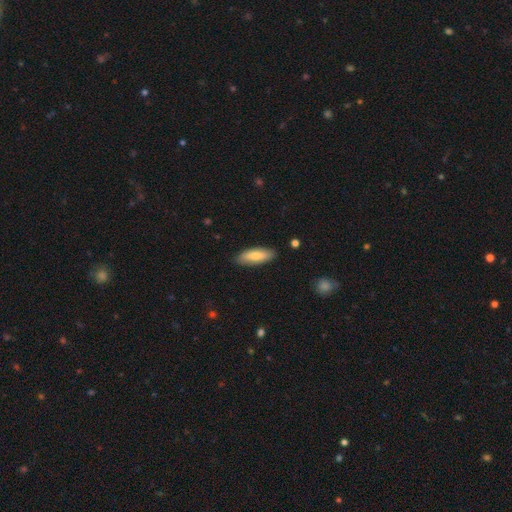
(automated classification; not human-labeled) Smooth or featured? smooth (76%)
How rounded? in between (63%)
Merging? none (86%)